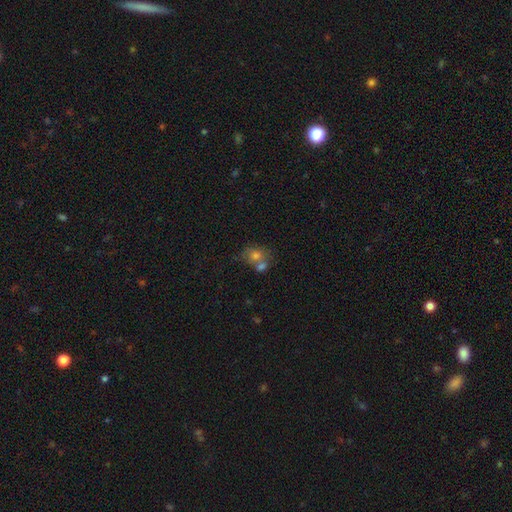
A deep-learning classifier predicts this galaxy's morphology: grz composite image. It shows a smooth galaxy with no disk features (68%) that is round (60%). Merging: merger (47%).